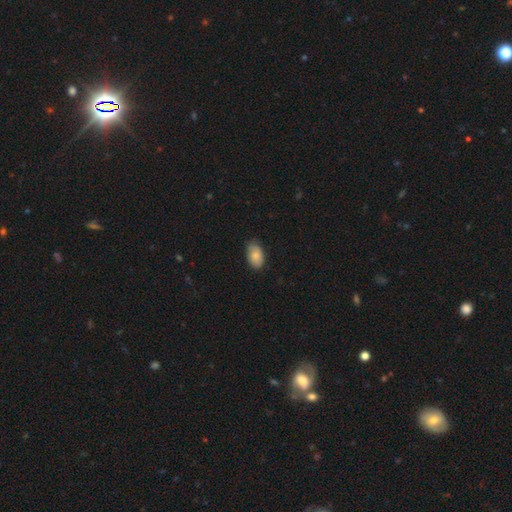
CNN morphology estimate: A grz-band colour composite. It shows a smooth galaxy with no disk features (86%) that is in between round and cigar-shaped (93%). Merging: none (81%).